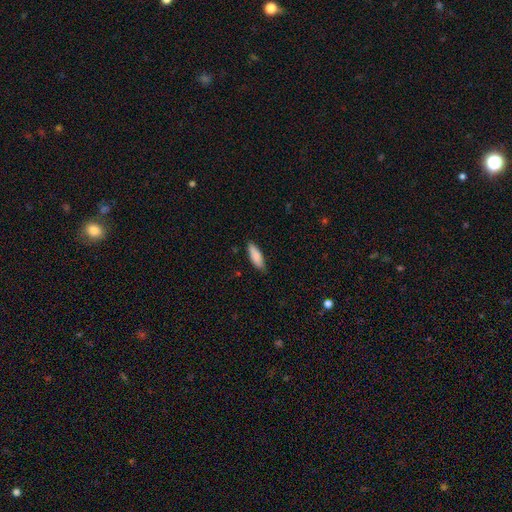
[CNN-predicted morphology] Q: Smooth or featured?
A: smooth (86%); runner-up: featured or disk (8%)
Q: How rounded?
A: in between (59%); runner-up: cigar-shaped (39%)
Q: Merging?
A: none (80%); runner-up: minor disturbance (17%)